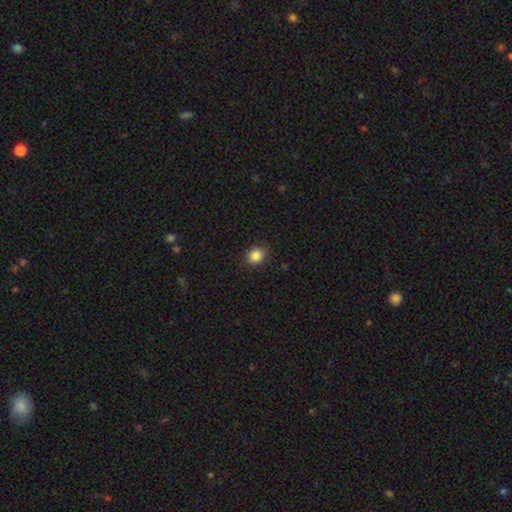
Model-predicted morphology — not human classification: A smooth galaxy with no disk features (85%) that is round (71%). Merging: none (88%).